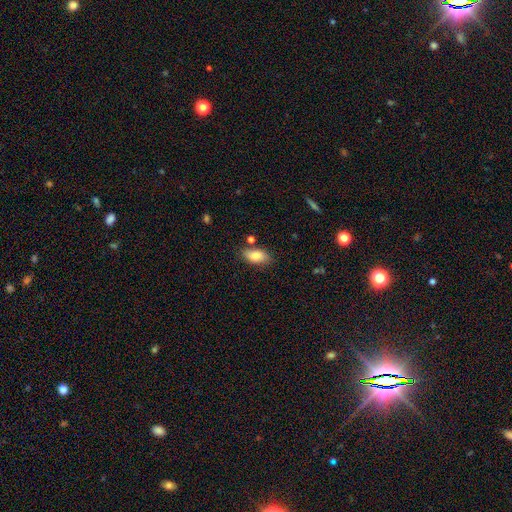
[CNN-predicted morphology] Q: Smooth or featured?
A: smooth (84%); runner-up: featured or disk (9%)
Q: How rounded?
A: in between (91%); runner-up: round (4%)
Q: Merging?
A: none (73%); runner-up: minor disturbance (17%)